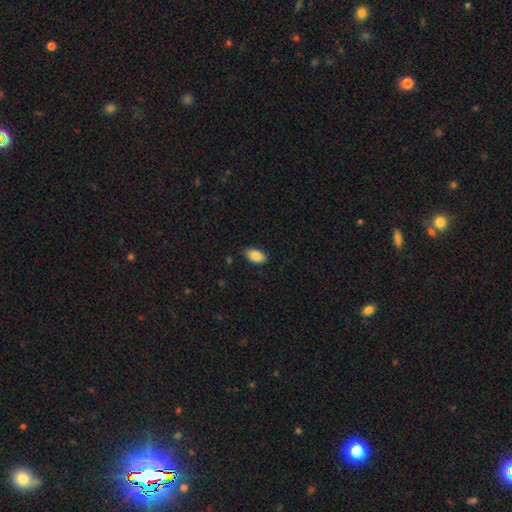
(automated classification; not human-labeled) Overall: smooth (87%). How rounded: in between (93%). Merging: none (84%).